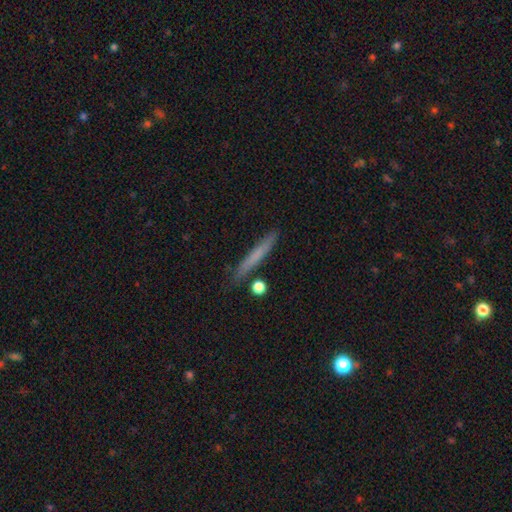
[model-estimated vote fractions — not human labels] smooth-or-featured: smooth: 62% | featured or disk: 31% | star or artifact: 7%
  how-rounded: cigar-shaped: 95% | in between: 3% | round: 2%
  merging: none: 84% | minor disturbance: 11% | merger: 3% | major disturbance: 2%